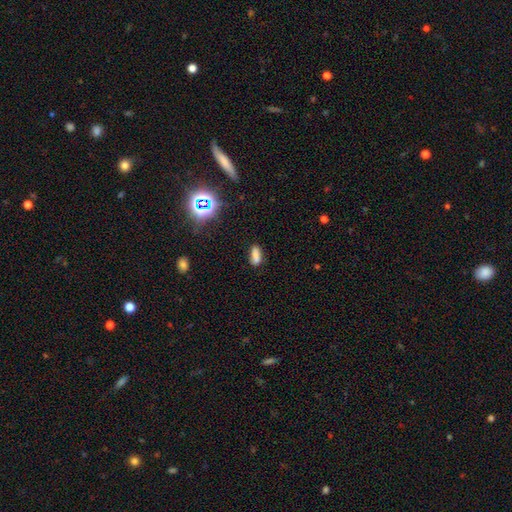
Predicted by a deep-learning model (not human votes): smooth-or-featured: smooth: 76% | star or artifact: 15% | featured or disk: 8%
  how-rounded: in between: 65% | cigar-shaped: 31% | round: 4%
  merging: none: 77% | minor disturbance: 15% | major disturbance: 4% | merger: 4%